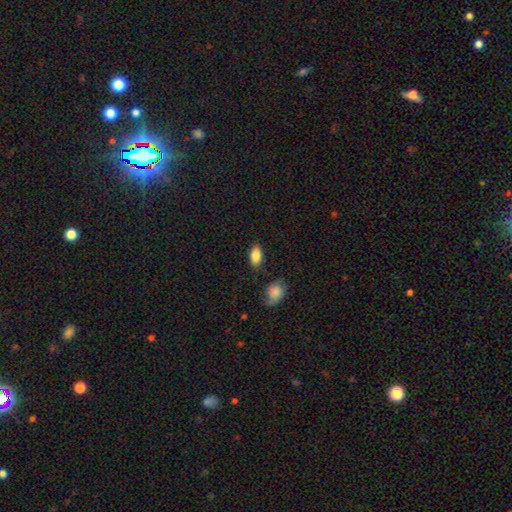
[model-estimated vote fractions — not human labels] smooth_or_featured: smooth (p=0.86) [alt: star or artifact p=0.07]
how_rounded: in between (p=0.90) [alt: round p=0.07]
merging: none (p=0.80) [alt: minor disturbance p=0.13]